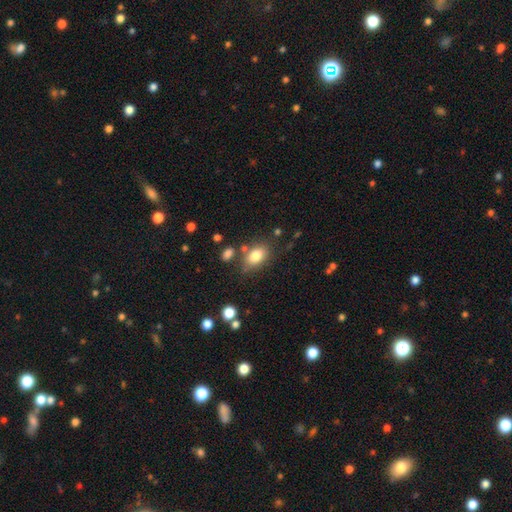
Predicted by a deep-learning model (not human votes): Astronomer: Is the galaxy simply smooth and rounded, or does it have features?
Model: smooth — 82%.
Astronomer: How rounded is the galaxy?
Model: in between — 80%.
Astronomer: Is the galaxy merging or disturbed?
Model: none — 70%.